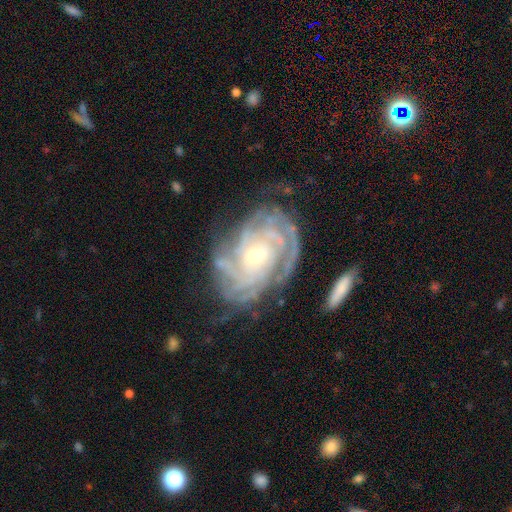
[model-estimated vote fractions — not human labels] Morphology: type=featured or disk (89%); edge-on=no (96%); bar=no (64%); spiral arms=yes (97%); winding=tight (76%); arm count=can't tell (31%); bulge=small (49%); merging=none (70%).